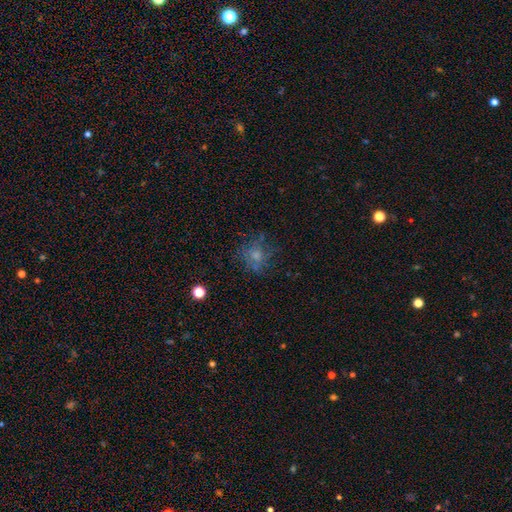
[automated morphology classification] A smooth galaxy with no disk features (55%) that is round (77%). Merging: none (62%).